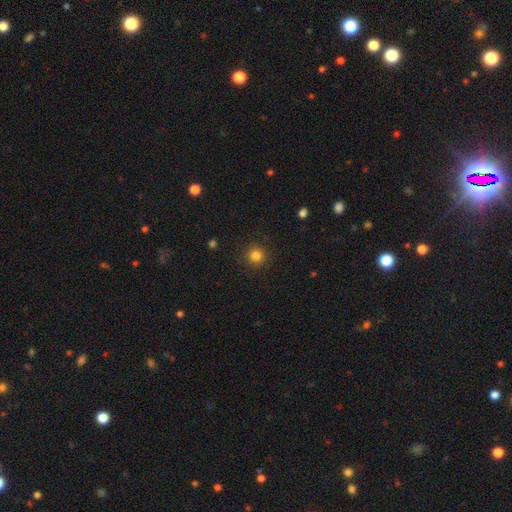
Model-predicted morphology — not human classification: Smooth or featured: smooth — 83% (star or artifact — 12%)
How rounded: round — 94% (in between — 5%)
Merging: none — 91% (minor disturbance — 6%)